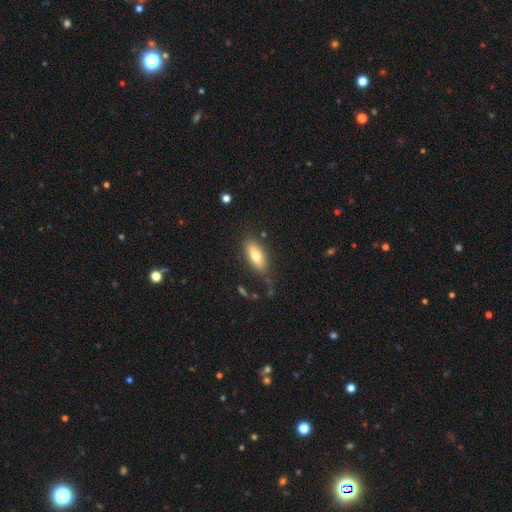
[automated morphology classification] This is likely a smooth galaxy (70%). How rounded: likely in between (76%). Merging: likely none (77%).